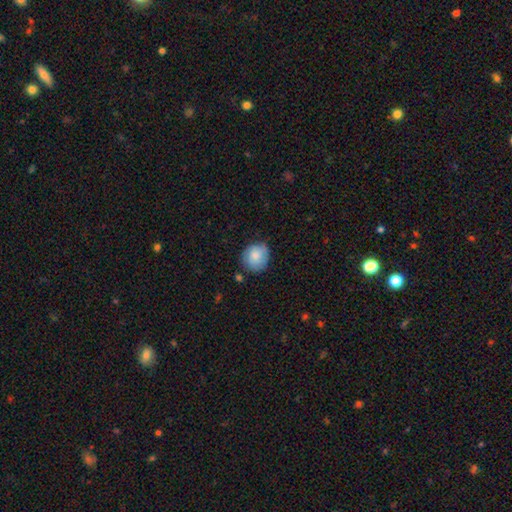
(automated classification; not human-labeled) This is likely a smooth galaxy (74%). How rounded: clearly round (84%). Merging: likely none (73%).